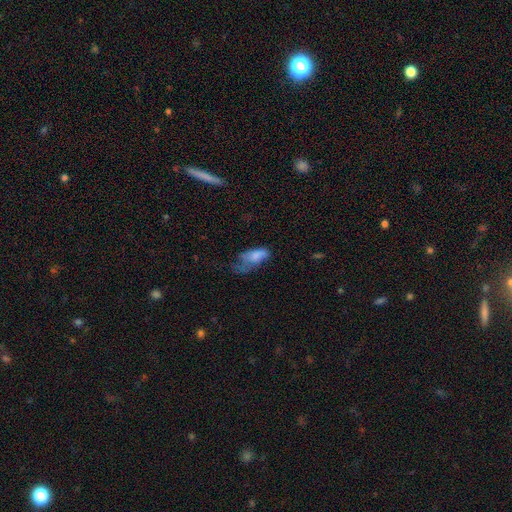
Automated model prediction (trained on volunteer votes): A smooth galaxy with no disk features (69%) that is in between round and cigar-shaped (85%). Merging: major disturbance (43%).